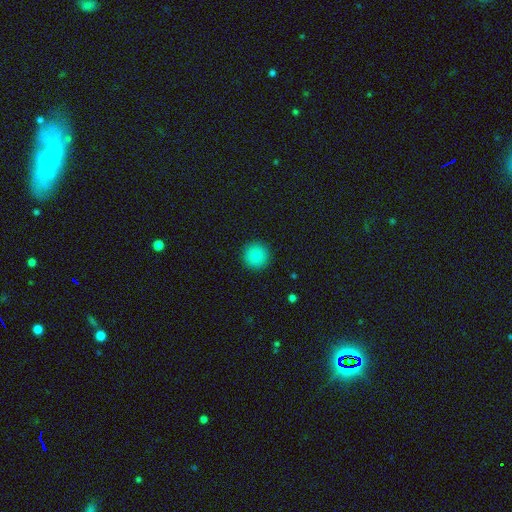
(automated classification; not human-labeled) This is clearly a smooth galaxy (88%). How rounded: clearly round (96%). Merging: clearly none (93%).